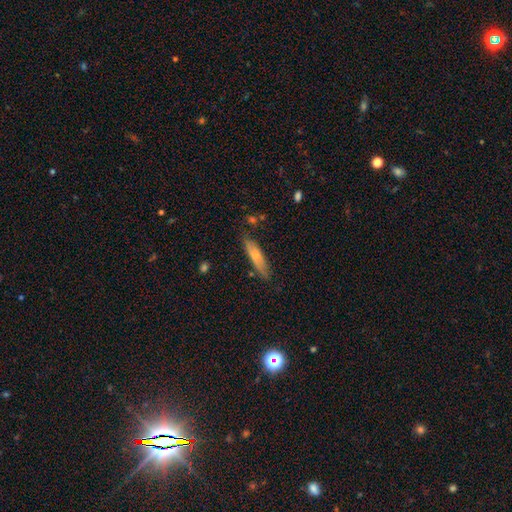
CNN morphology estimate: Smooth or featured? Predicted: smooth (p=0.67). How rounded? Predicted: cigar-shaped (p=0.76). Merging? Predicted: none (p=0.76).